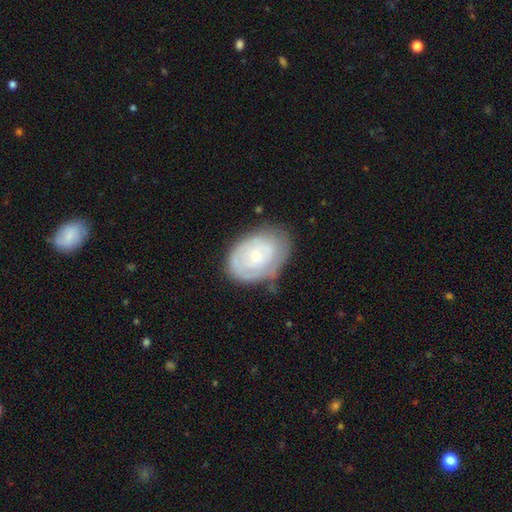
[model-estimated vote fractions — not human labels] Smooth or featured? featured or disk (60%)
Edge-on disk? no (96%)
Bar? no (80%)
Spiral arms? yes (66%)
Bulge size? small (66%)
Merging? none (67%)